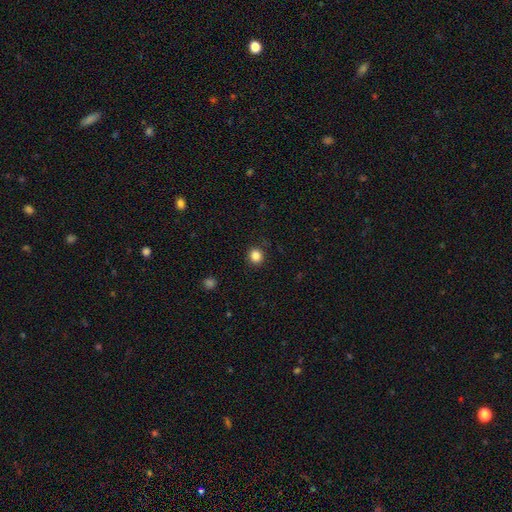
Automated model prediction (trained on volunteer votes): A smooth galaxy with no disk features (85%) that is round (87%).

Vote fractions:
- Smooth or featured? smooth: 85% / star or artifact: 11% / featured or disk: 4%
- How rounded? round: 87% / in between: 12% / cigar-shaped: 1%
- Merging? none: 89% / minor disturbance: 7% / major disturbance: 2% / merger: 1%